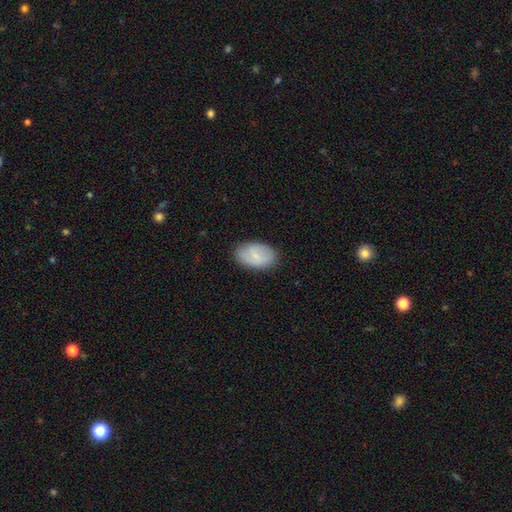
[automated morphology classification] The model was most divided on "smooth or featured": smooth: 72%, featured or disk: 21%, star or artifact: 7%. More confident: how rounded — in between (92%); merging — none (83%).